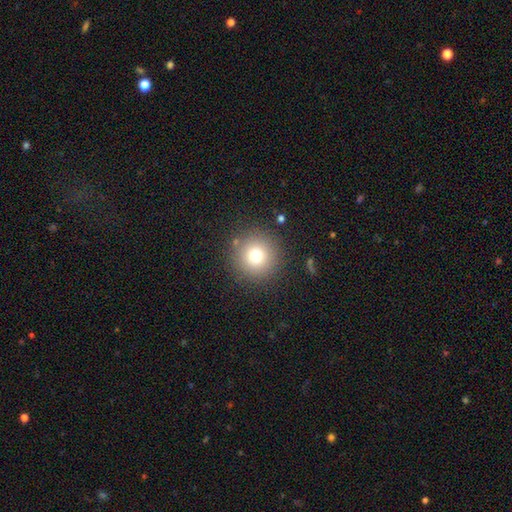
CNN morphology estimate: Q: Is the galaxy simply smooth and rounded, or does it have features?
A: smooth — 76%.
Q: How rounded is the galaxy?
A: round — 96%.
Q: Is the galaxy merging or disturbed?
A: none — 87%.